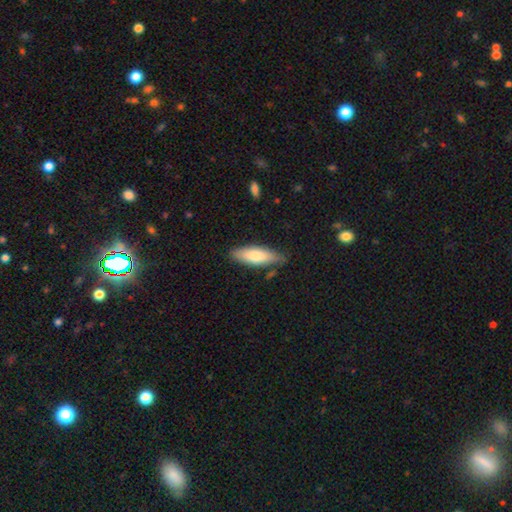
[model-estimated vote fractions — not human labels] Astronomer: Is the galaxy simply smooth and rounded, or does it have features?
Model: smooth — 78%.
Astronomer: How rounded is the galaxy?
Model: in between — 59% (runner-up: cigar-shaped, 40%).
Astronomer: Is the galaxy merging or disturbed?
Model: none — 78%.